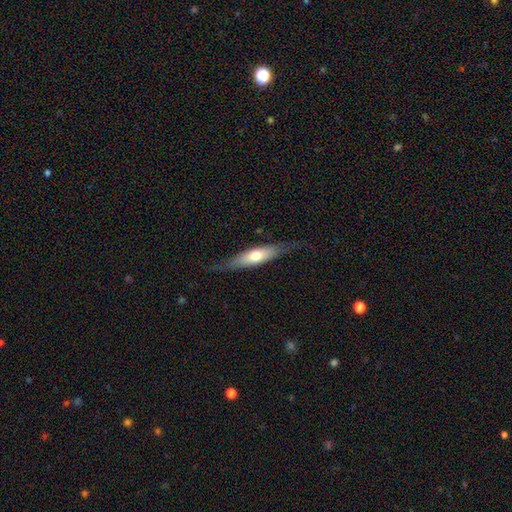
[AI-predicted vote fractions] Smooth or featured? smooth (48%)
Merging? none (74%)